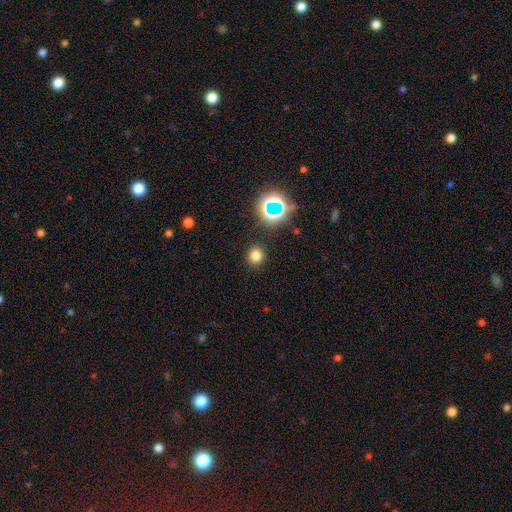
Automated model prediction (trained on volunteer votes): smooth_or_featured: smooth (p=0.74) [alt: star or artifact p=0.20]
how_rounded: round (p=0.86) [alt: in between p=0.13]
merging: none (p=0.89) [alt: minor disturbance p=0.07]